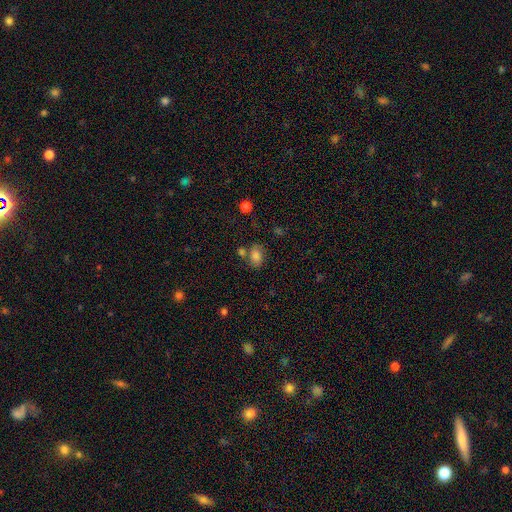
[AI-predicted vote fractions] A smooth galaxy with no disk features (80%) that is in between round and cigar-shaped (72%).

Vote fractions:
- Smooth or featured? smooth: 80% / star or artifact: 11% / featured or disk: 8%
- How rounded? in between: 72% / round: 27% / cigar-shaped: 1%
- Merging? none: 60% / minor disturbance: 18% / merger: 16% / major disturbance: 7%